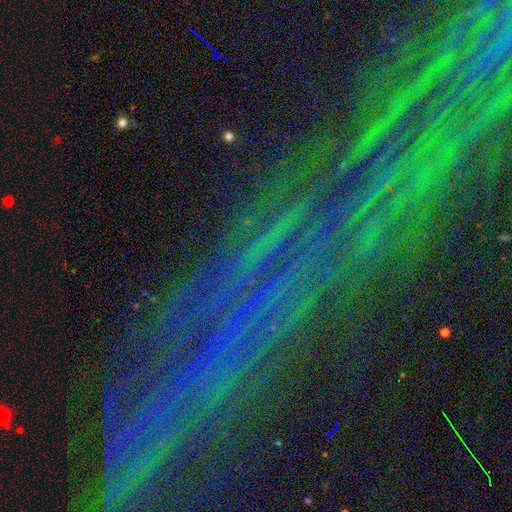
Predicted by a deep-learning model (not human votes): Smooth or featured? star or artifact (79%)